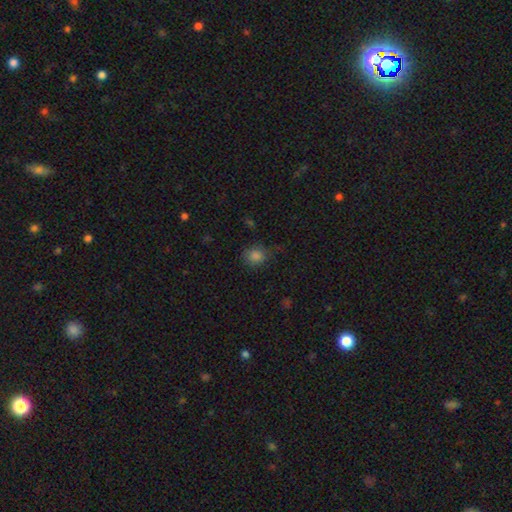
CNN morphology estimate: The model was most divided on "how rounded": round: 66%, in between: 33%, cigar-shaped: 1%. More confident: smooth or featured — smooth (82%); merging — none (71%).